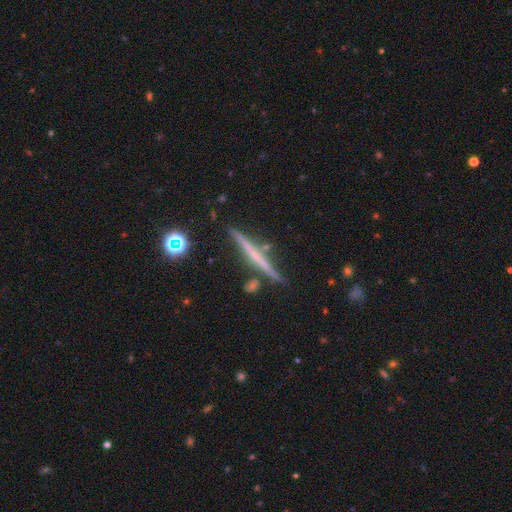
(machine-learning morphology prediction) Smooth or featured?
  - featured or disk: 61% *
  - smooth: 31%
  - star or artifact: 8%
Edge-on disk?
  - yes: 97% *
  - no: 3%
Edge-on bulge?
  - none: 79% *
  - rounded: 15%
  - boxy: 6%
Merging?
  - none: 85% *
  - minor disturbance: 9%
  - merger: 4%
  - major disturbance: 2%